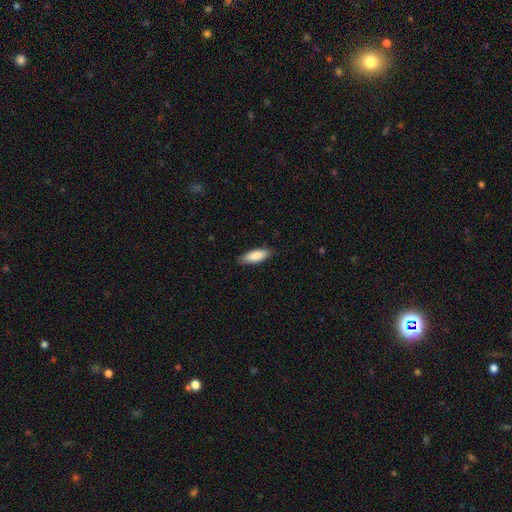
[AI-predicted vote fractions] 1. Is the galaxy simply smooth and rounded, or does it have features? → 86% smooth, 8% featured or disk, 6% star or artifact.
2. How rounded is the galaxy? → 70% in between, 29% cigar-shaped, 2% round.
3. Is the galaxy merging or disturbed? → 85% none, 12% minor disturbance, 2% major disturbance, 1% merger.